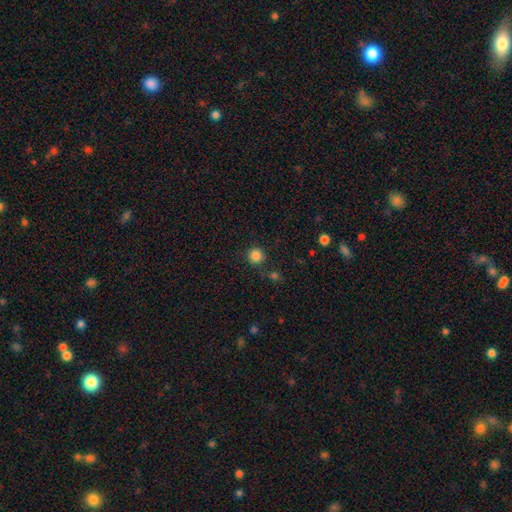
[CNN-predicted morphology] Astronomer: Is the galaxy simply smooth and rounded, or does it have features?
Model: smooth — 85%.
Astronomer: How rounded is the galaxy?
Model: round — 95%.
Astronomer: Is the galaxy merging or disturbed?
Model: none — 86%.